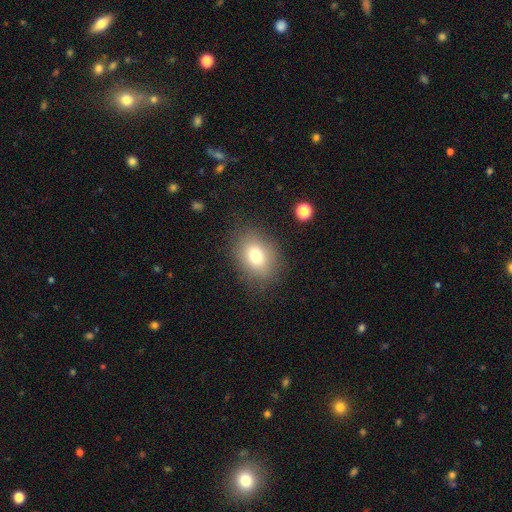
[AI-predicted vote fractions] smooth_or_featured: smooth (p=0.75) [alt: featured or disk p=0.13]
how_rounded: in between (p=0.66) [alt: round p=0.33]
merging: none (p=0.82) [alt: minor disturbance p=0.11]